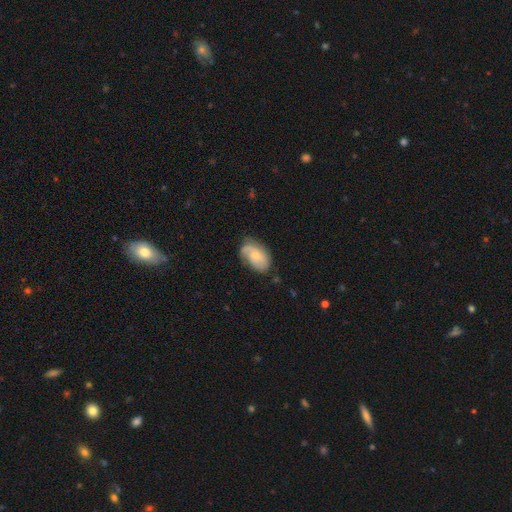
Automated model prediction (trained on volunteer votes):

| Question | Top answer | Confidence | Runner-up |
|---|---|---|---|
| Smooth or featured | featured or disk | 57% | smooth (36%) |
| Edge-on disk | no | 96% | yes (4%) |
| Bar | no | 70% | weak (26%) |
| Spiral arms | yes | 87% | no (13%) |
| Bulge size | small | 59% | moderate (32%) |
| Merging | none | 57% | minor disturbance (28%) |